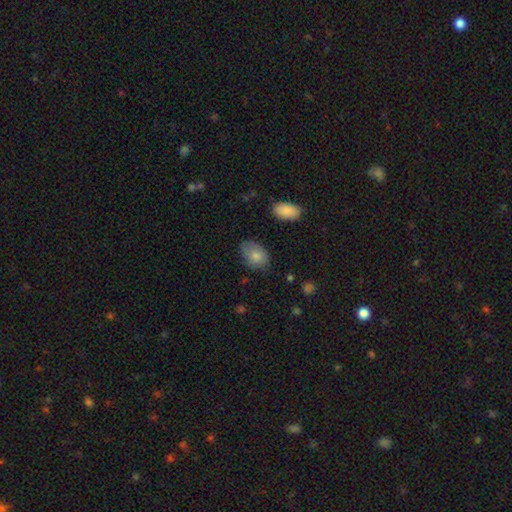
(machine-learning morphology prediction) Smooth or featured? smooth (81%)
How rounded? in between (82%)
Merging? none (66%)